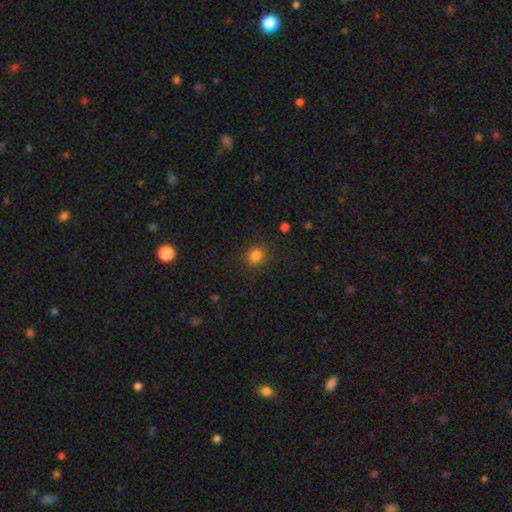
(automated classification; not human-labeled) A smooth galaxy with no disk features (83%) that is round (76%).

Vote fractions:
- Smooth or featured? smooth: 83% / star or artifact: 13% / featured or disk: 5%
- How rounded? round: 76% / in between: 23% / cigar-shaped: 1%
- Merging? none: 85% / minor disturbance: 10% / major disturbance: 3% / merger: 1%